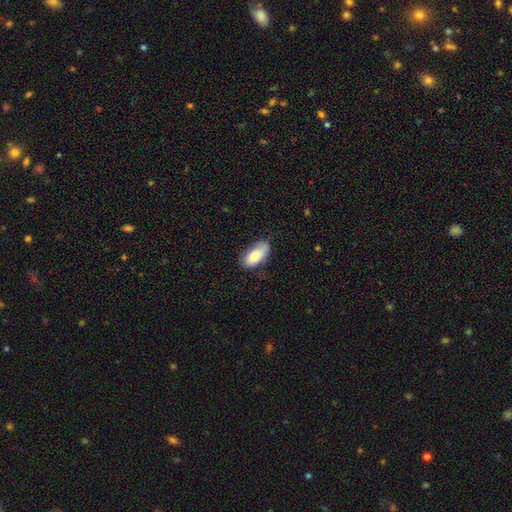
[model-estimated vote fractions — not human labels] The model was most divided on "merging": none: 68%, minor disturbance: 26%, major disturbance: 5%, merger: 2%. More confident: how rounded — in between (90%); smooth or featured — smooth (82%).